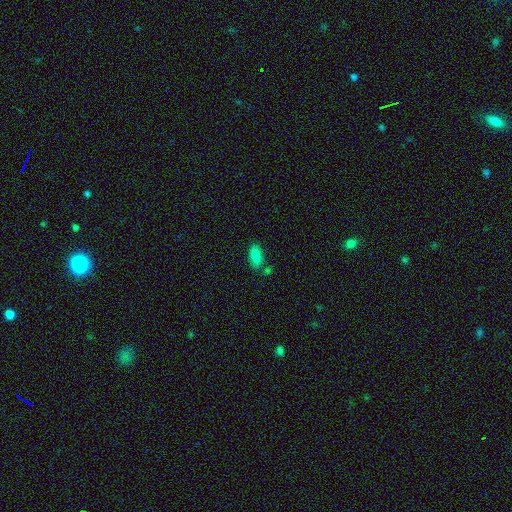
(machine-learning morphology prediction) Smooth or featured? smooth (84%)
How rounded? in between (87%)
Merging? none (73%)